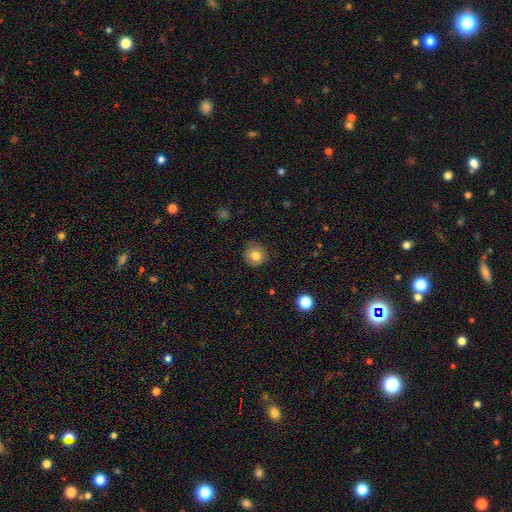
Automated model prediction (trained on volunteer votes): smooth-or-featured: smooth: 81% | star or artifact: 10% | featured or disk: 9%
  how-rounded: round: 86% | in between: 13% | cigar-shaped: 1%
  merging: none: 81% | minor disturbance: 15% | major disturbance: 3% | merger: 1%